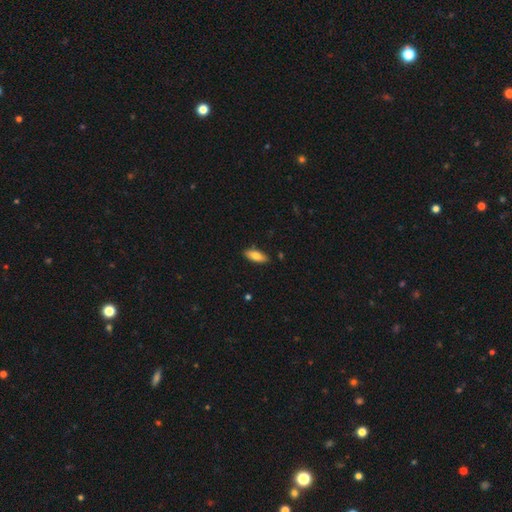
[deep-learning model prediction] Overall: smooth (78%). How rounded: in between (71%). Merging: none (88%).